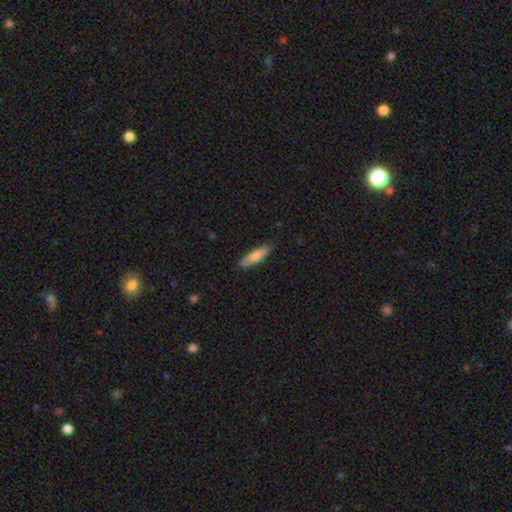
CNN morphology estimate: Smooth or featured?
  - smooth: 78% *
  - featured or disk: 16%
  - star or artifact: 6%
How rounded?
  - cigar-shaped: 60% *
  - in between: 39%
  - round: 2%
Merging?
  - none: 86% *
  - minor disturbance: 11%
  - major disturbance: 2%
  - merger: 1%